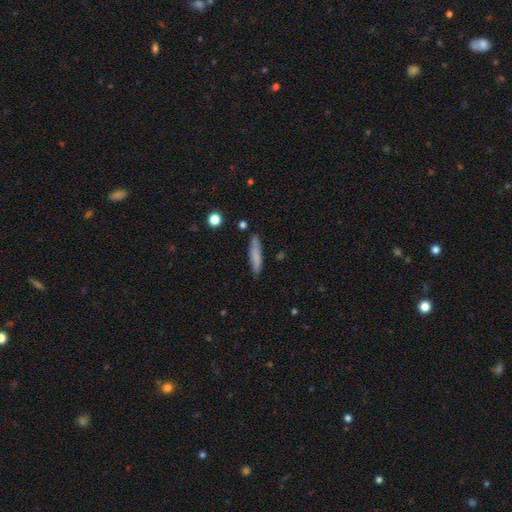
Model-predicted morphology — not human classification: smooth_or_featured: smooth (p=0.75) [alt: featured or disk p=0.18]
how_rounded: cigar-shaped (p=0.88) [alt: in between p=0.11]
merging: none (p=0.82) [alt: minor disturbance p=0.14]